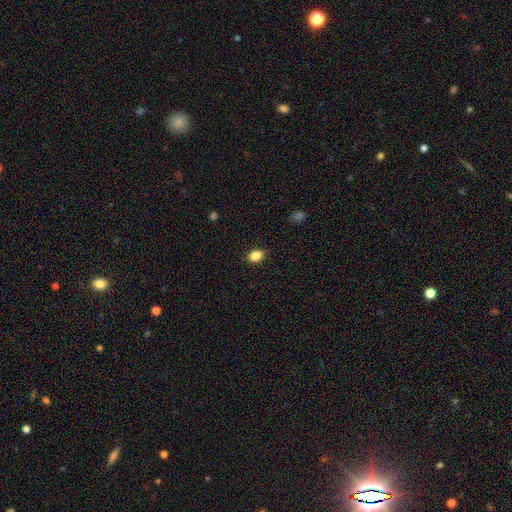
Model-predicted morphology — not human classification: Smooth or featured?
  - smooth: 86% *
  - star or artifact: 10%
  - featured or disk: 4%
How rounded?
  - in between: 66% *
  - round: 33%
  - cigar-shaped: 1%
Merging?
  - none: 87% *
  - minor disturbance: 10%
  - major disturbance: 2%
  - merger: 1%